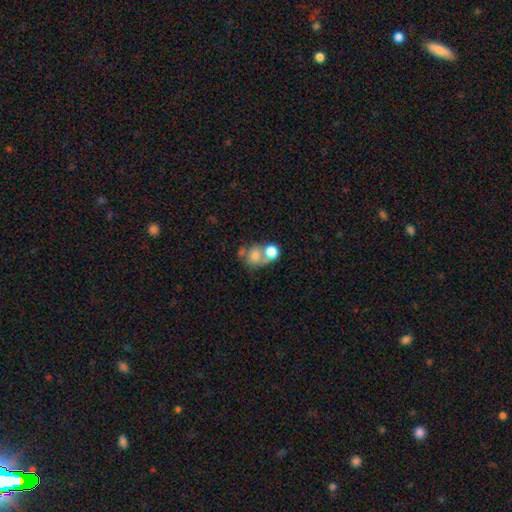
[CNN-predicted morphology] Smooth or featured? smooth (66%)
How rounded? round (65%)
Merging? merger (53%)